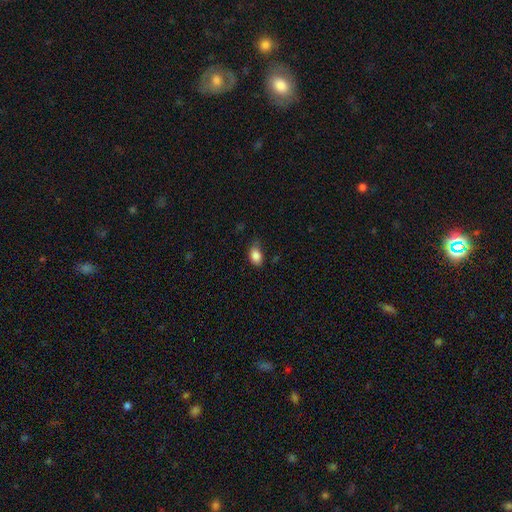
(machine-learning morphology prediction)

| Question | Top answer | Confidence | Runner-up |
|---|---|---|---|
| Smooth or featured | smooth | 86% | star or artifact (8%) |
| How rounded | in between | 86% | round (12%) |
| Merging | none | 65% | minor disturbance (28%) |